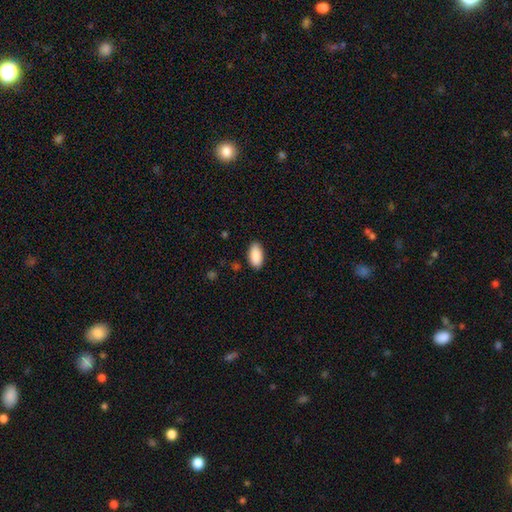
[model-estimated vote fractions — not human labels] This appears to be a smooth galaxy with no disk features (90%) that is in between round and cigar-shaped (94%). Merging: none (87%).